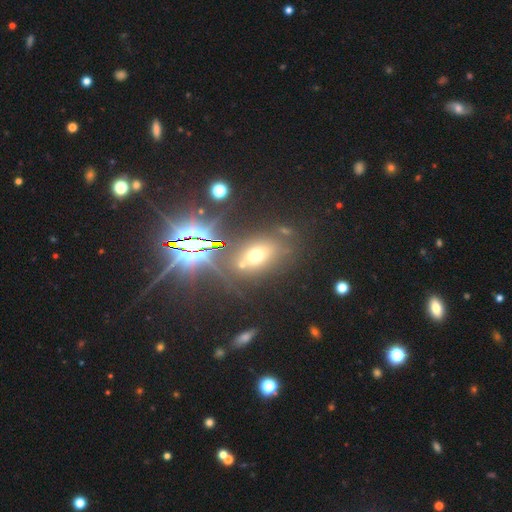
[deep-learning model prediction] smooth-or-featured: smooth: 52% | star or artifact: 33% | featured or disk: 15%
  how-rounded: in between: 67% | round: 29% | cigar-shaped: 4%
  merging: none: 70% | minor disturbance: 12% | merger: 11% | major disturbance: 7%